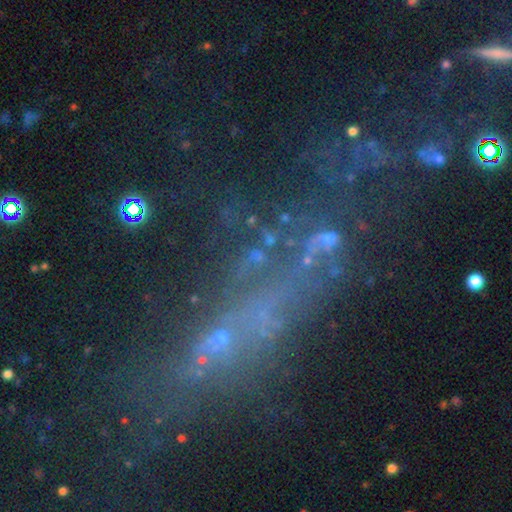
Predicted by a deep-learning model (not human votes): Smooth or featured?
  - star or artifact: 45% *
  - featured or disk: 32%
  - smooth: 23%